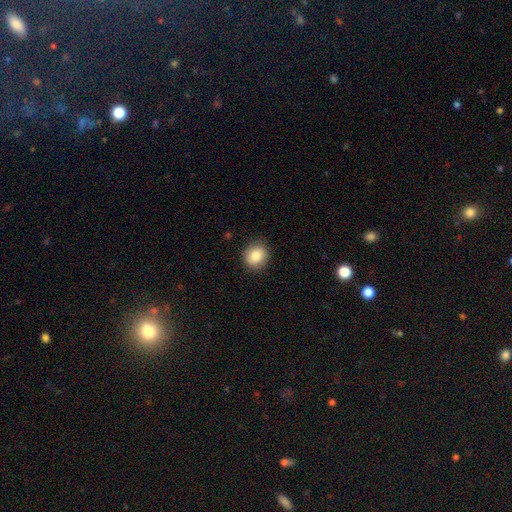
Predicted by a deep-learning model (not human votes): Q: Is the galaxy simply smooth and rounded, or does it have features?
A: smooth — 86%.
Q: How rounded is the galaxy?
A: round — 81%.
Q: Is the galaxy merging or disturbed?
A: none — 87%.